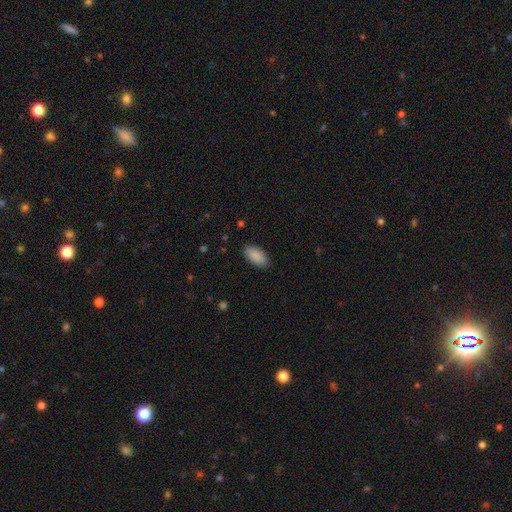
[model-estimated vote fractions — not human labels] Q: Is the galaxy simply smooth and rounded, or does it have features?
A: smooth — 90%.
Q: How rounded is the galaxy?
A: in between — 93%.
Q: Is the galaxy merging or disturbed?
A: none — 86%.